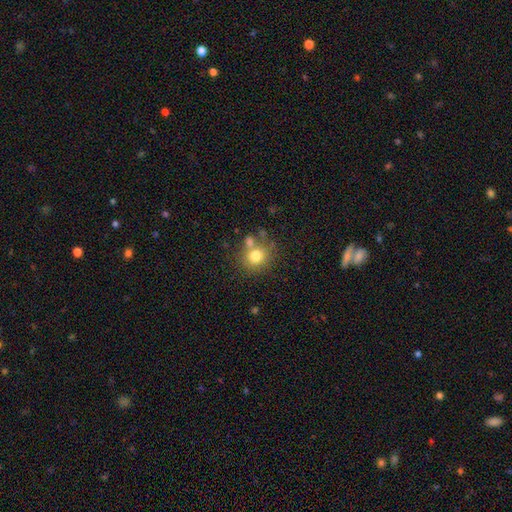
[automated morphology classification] smooth-or-featured: smooth: 76% | featured or disk: 12% | star or artifact: 12%
  how-rounded: round: 77% | in between: 22% | cigar-shaped: 1%
  merging: none: 61% | merger: 22% | minor disturbance: 13% | major disturbance: 5%